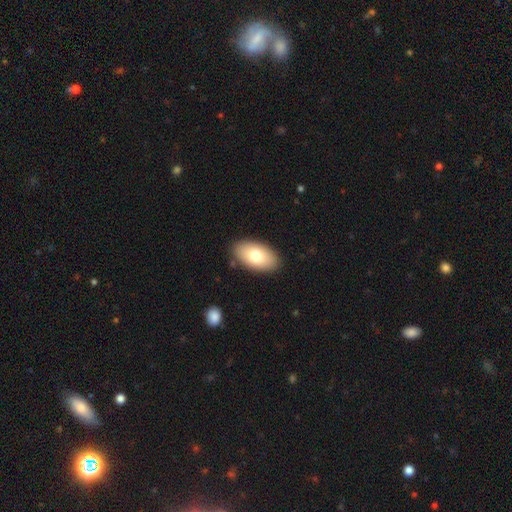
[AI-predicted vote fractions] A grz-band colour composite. It shows a smooth galaxy with no disk features (77%) that is in between round and cigar-shaped (95%). Merging: none (88%).